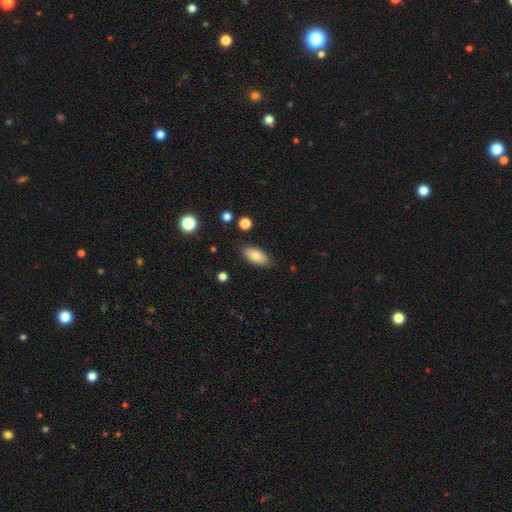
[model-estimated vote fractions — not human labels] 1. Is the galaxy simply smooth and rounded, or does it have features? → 80% smooth, 12% featured or disk, 7% star or artifact.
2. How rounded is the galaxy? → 89% in between, 8% cigar-shaped, 3% round.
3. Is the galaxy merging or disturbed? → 85% none, 11% minor disturbance, 2% major disturbance, 2% merger.